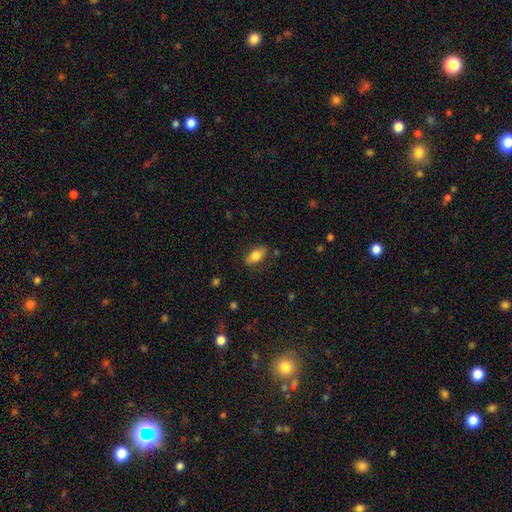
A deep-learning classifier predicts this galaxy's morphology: smooth 81%, featured or disk 12%, star or artifact 7%. Down the decision tree: how rounded — in between (87%); merging — none (82%).